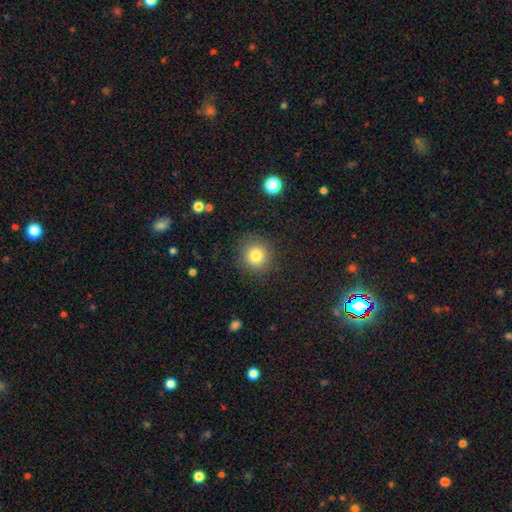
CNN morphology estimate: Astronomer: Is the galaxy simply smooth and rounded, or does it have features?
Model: smooth — 81%.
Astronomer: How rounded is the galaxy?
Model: round — 90%.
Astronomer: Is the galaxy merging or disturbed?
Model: none — 87%.